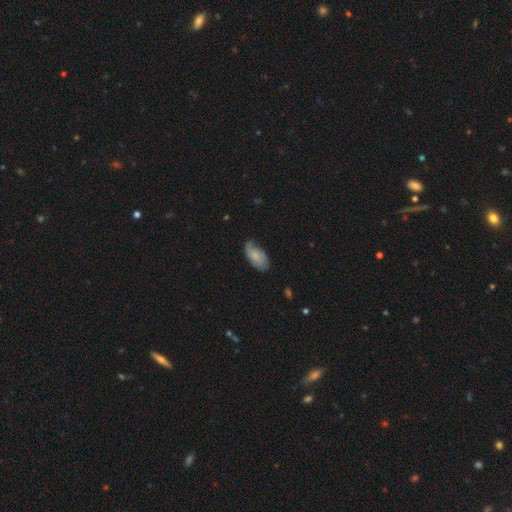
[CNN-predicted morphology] Smooth or featured? smooth (62%)
How rounded? in between (93%)
Merging? none (62%)